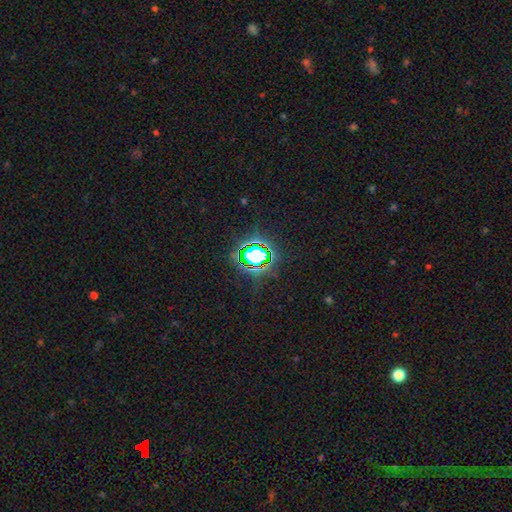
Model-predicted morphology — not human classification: This is likely a star or artifact rather than a galaxy (73%).